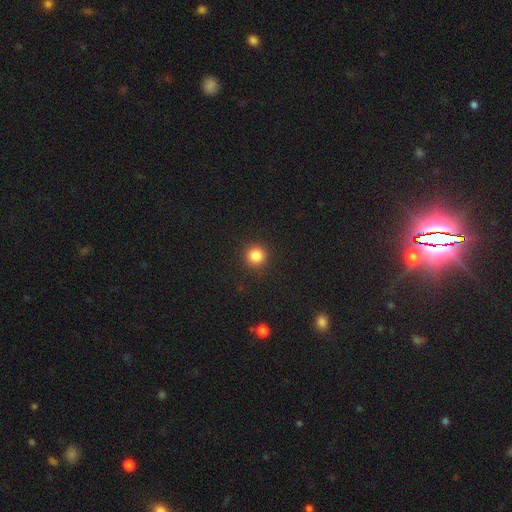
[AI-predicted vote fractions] Smooth or featured: smooth — 84% (star or artifact — 11%)
How rounded: round — 95% (in between — 4%)
Merging: none — 92% (minor disturbance — 5%)